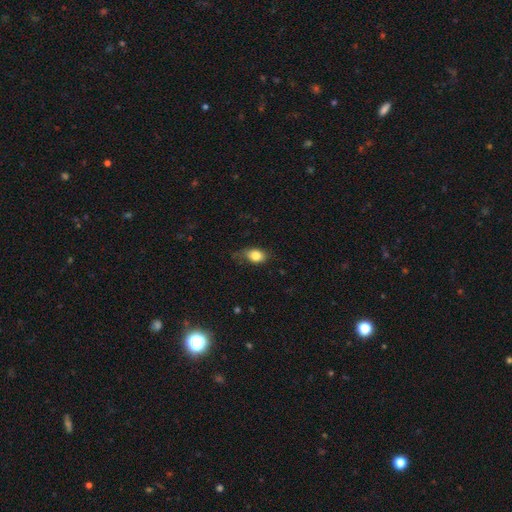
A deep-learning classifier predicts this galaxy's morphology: smooth-or-featured: smooth: 81% | featured or disk: 10% | star or artifact: 9%
  how-rounded: in between: 75% | round: 22% | cigar-shaped: 3%
  merging: none: 60% | minor disturbance: 30% | major disturbance: 9% | merger: 1%